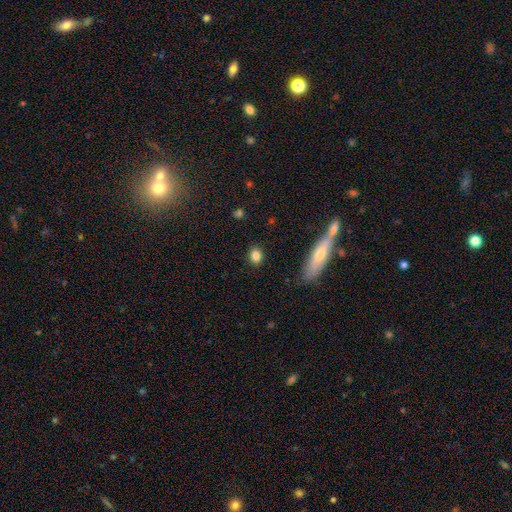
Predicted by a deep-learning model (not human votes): Overall: smooth (83%). How rounded: in between (51%; round 46%). Merging: none (87%).